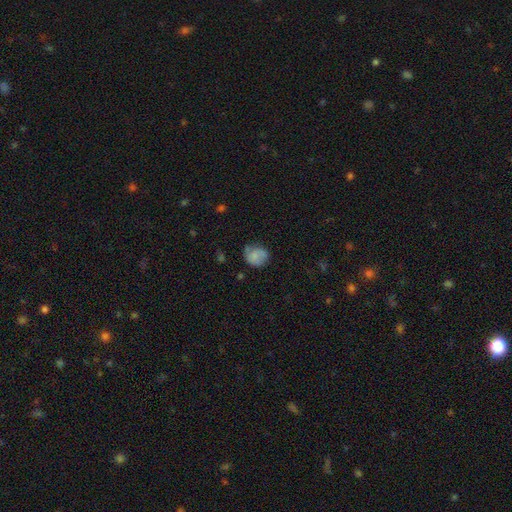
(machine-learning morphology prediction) smooth 62%, featured or disk 30%, star or artifact 9%. Down the decision tree: how rounded — round (70%); merging — none (58%).